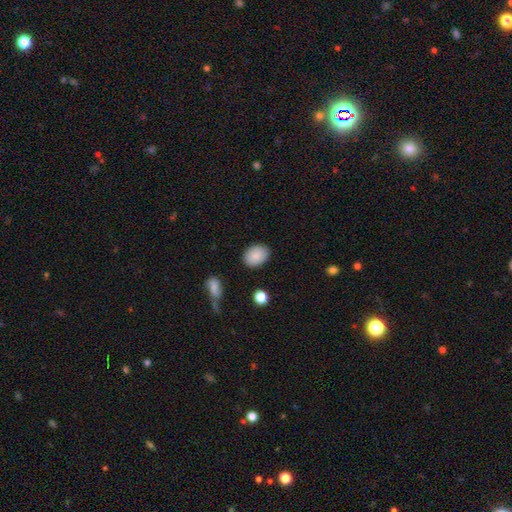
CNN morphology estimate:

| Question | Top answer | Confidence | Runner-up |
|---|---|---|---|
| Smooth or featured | smooth | 87% | star or artifact (7%) |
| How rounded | in between | 76% | round (23%) |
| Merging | none | 85% | minor disturbance (10%) |